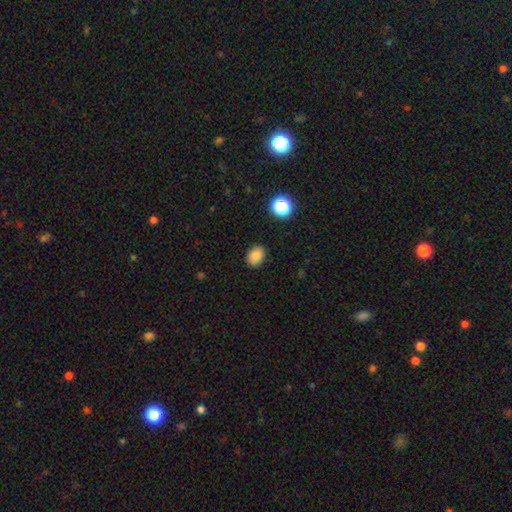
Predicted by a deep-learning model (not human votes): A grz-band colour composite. It shows a smooth galaxy with no disk features (85%) that is in between round and cigar-shaped (66%). Merging: none (88%).